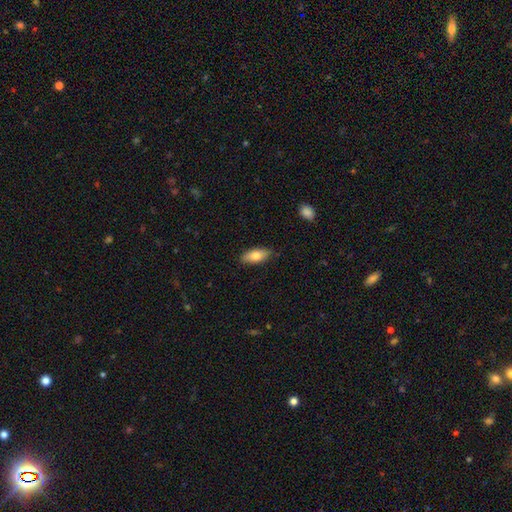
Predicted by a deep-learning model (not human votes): Overall: smooth (78%). How rounded: in between (84%). Merging: none (84%).